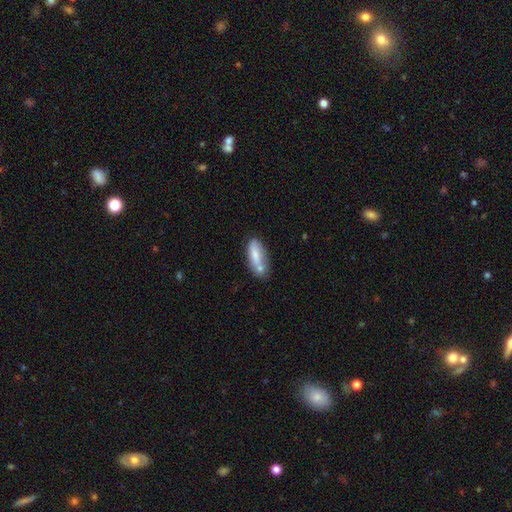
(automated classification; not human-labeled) The model was most divided on "merging": none: 45%, merger: 27%, minor disturbance: 21%, major disturbance: 7%. More confident: smooth or featured — smooth (72%); how rounded — in between (69%).